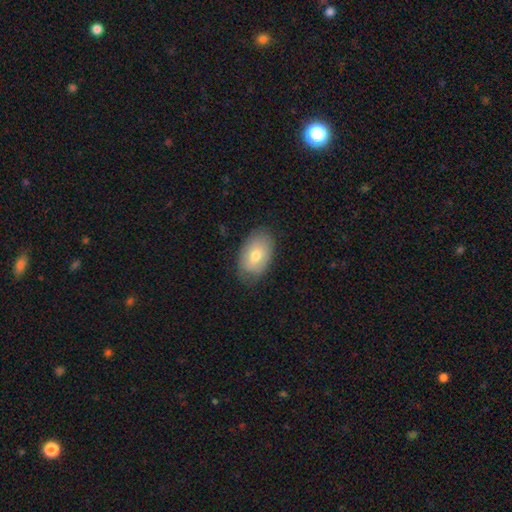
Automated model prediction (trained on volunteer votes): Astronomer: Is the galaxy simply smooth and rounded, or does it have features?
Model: smooth — 71%.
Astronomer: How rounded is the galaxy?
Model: in between — 88%.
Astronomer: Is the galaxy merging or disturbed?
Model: none — 78%.